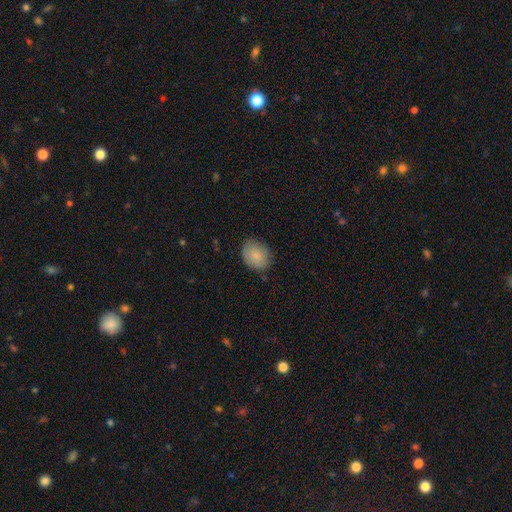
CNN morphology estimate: Overall: smooth (82%). How rounded: in between (58%; round 41%). Merging: none (77%).